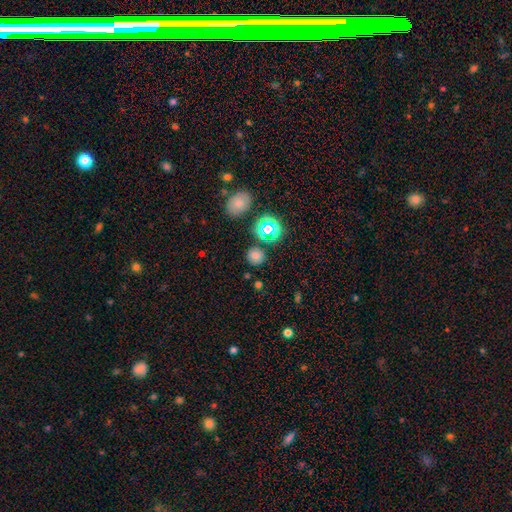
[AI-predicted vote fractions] Q: Smooth or featured?
A: smooth (71%); runner-up: star or artifact (23%)
Q: How rounded?
A: round (88%); runner-up: in between (11%)
Q: Merging?
A: none (83%); runner-up: minor disturbance (9%)